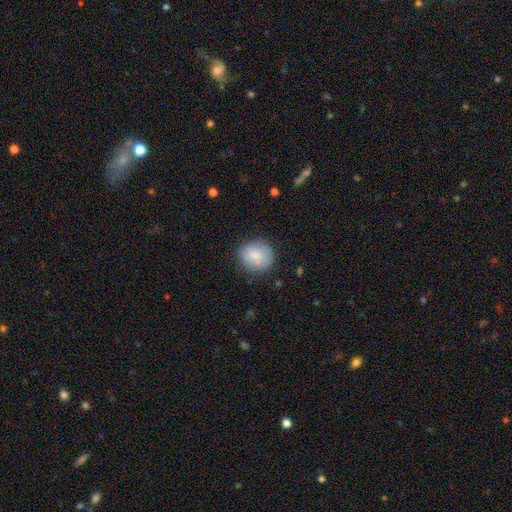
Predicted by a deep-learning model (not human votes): The model was most divided on "merging": none: 75%, minor disturbance: 16%, merger: 5%, major disturbance: 4%. More confident: how rounded — round (82%); smooth or featured — smooth (81%).